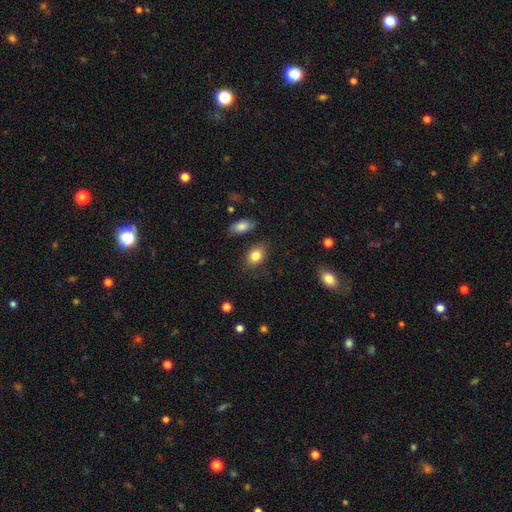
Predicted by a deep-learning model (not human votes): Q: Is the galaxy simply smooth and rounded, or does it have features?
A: smooth — 84%.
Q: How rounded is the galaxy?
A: in between — 73%.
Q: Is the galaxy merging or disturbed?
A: none — 80%.